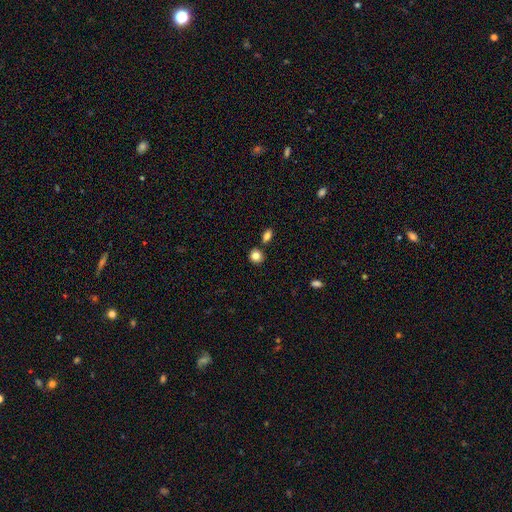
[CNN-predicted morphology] smooth-or-featured: smooth: 84% | star or artifact: 10% | featured or disk: 6%
  how-rounded: round: 82% | in between: 17% | cigar-shaped: 1%
  merging: none: 79% | merger: 10% | minor disturbance: 9% | major disturbance: 2%